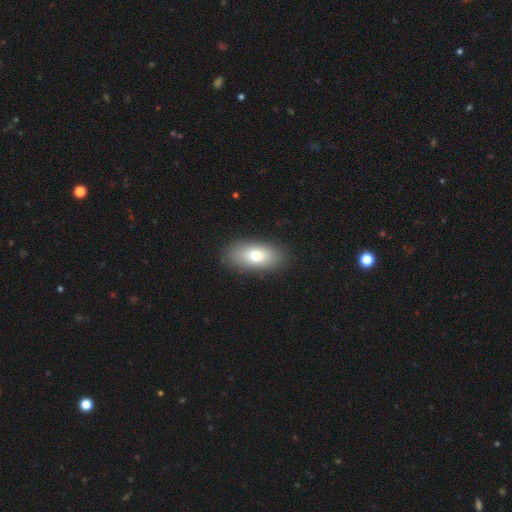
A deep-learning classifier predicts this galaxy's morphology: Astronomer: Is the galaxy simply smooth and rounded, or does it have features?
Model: smooth — 76%.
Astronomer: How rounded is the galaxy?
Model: in between — 90%.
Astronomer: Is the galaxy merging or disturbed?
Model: none — 88%.